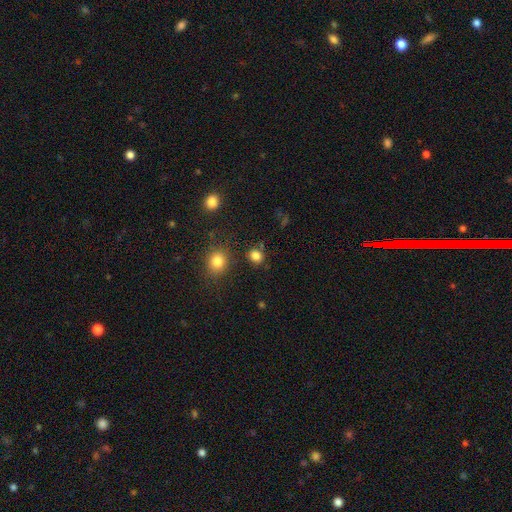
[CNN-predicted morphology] Smooth or featured?
  - smooth: 82% *
  - star or artifact: 14%
  - featured or disk: 4%
How rounded?
  - round: 79% *
  - in between: 20%
  - cigar-shaped: 1%
Merging?
  - none: 81% *
  - minor disturbance: 10%
  - merger: 5%
  - major disturbance: 3%